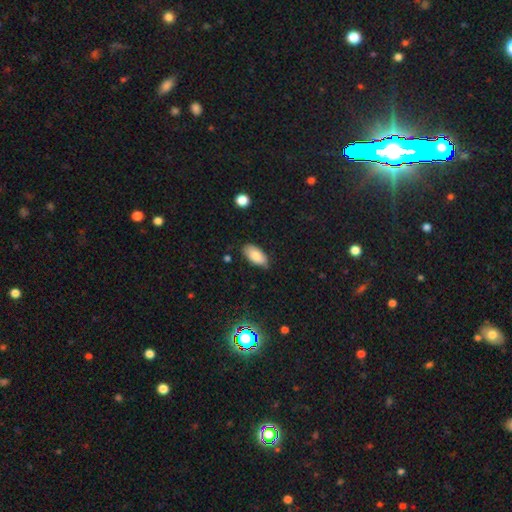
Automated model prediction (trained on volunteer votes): smooth_or_featured: smooth (p=0.82) [alt: featured or disk p=0.10]
how_rounded: in between (p=0.93) [alt: cigar-shaped p=0.05]
merging: none (p=0.78) [alt: minor disturbance p=0.18]